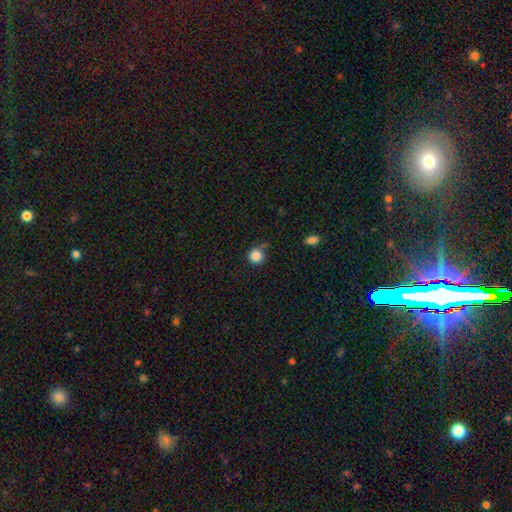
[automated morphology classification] This is clearly a smooth galaxy (86%). How rounded: clearly round (94%). Merging: likely none (75%).